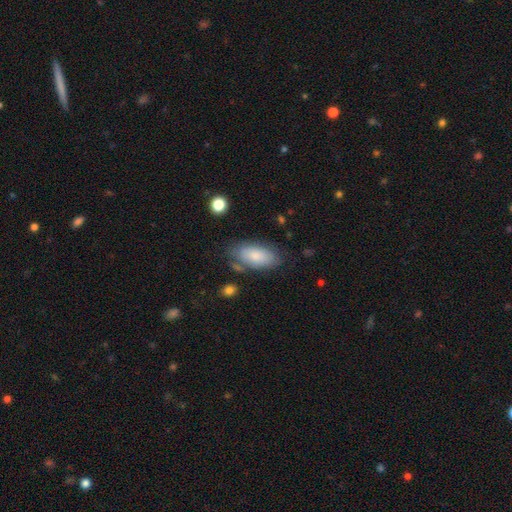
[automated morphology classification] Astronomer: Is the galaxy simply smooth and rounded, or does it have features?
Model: smooth — 78%.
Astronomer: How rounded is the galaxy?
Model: in between — 91%.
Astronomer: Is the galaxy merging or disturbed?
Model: none — 68%.